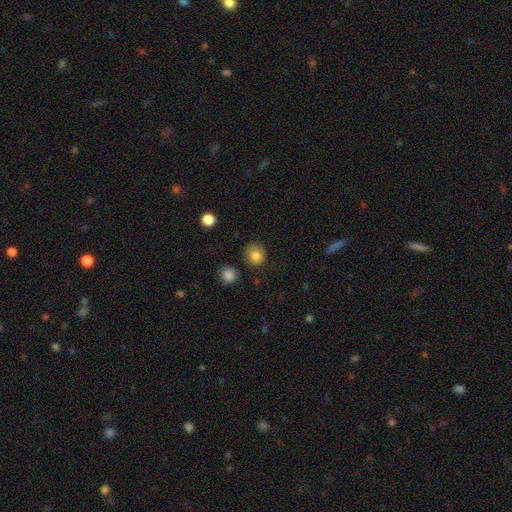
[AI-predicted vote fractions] This appears to be a smooth galaxy with no disk features (82%) that is round (88%). Merging: none (79%).